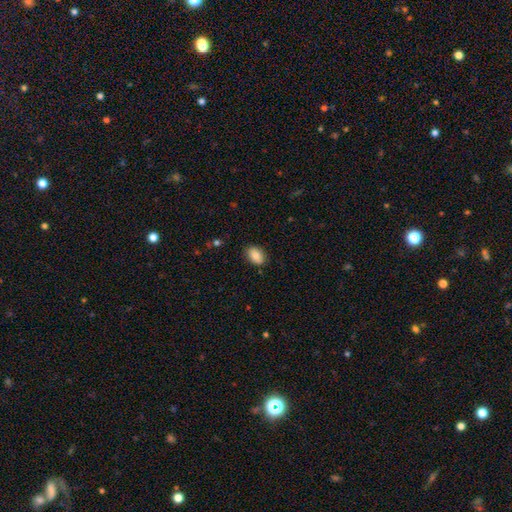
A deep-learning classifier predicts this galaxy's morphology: smooth_or_featured: smooth (p=0.85) [alt: featured or disk p=0.08]
how_rounded: in between (p=0.86) [alt: round p=0.12]
merging: none (p=0.86) [alt: minor disturbance p=0.11]